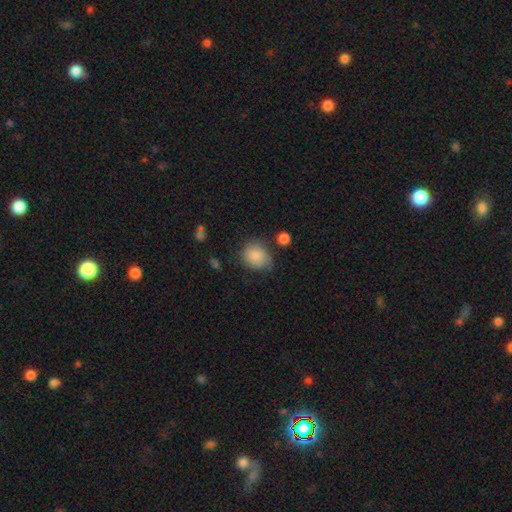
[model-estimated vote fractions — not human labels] Q: Smooth or featured?
A: smooth (83%); runner-up: featured or disk (9%)
Q: How rounded?
A: round (64%); runner-up: in between (35%)
Q: Merging?
A: none (56%); runner-up: minor disturbance (31%)